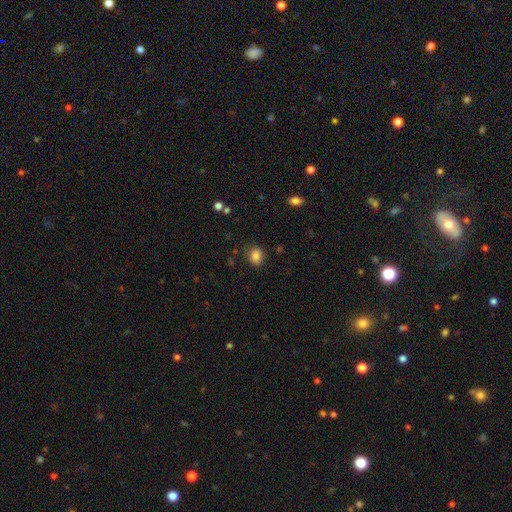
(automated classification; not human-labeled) A smooth galaxy with no disk features (84%) that is round (54%).

Vote fractions:
- Smooth or featured? smooth: 84% / star or artifact: 11% / featured or disk: 5%
- How rounded? round: 54% / in between: 45% / cigar-shaped: 1%
- Merging? none: 83% / minor disturbance: 12% / major disturbance: 3% / merger: 2%